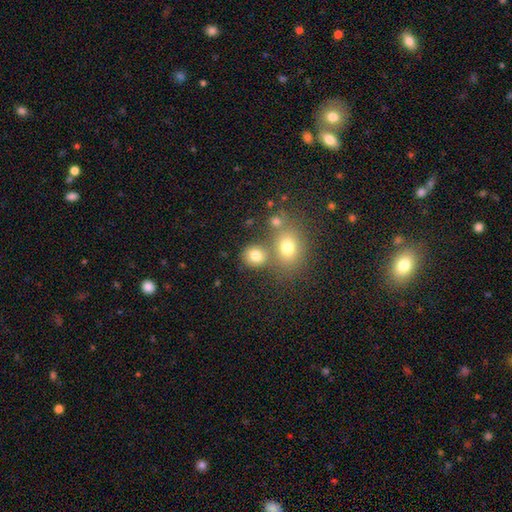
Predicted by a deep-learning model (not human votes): A smooth galaxy with no disk features (77%) that is round (68%).

Vote fractions:
- Smooth or featured? smooth: 77% / star or artifact: 14% / featured or disk: 9%
- How rounded? round: 68% / in between: 31% / cigar-shaped: 1%
- Merging? none: 62% / merger: 23% / minor disturbance: 10% / major disturbance: 5%